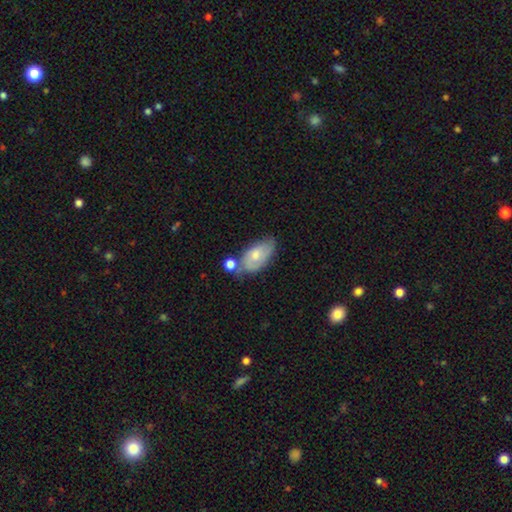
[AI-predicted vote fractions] Smooth or featured: featured or disk — 47% (smooth — 46%)
Merging: none — 45% (minor disturbance — 26%)